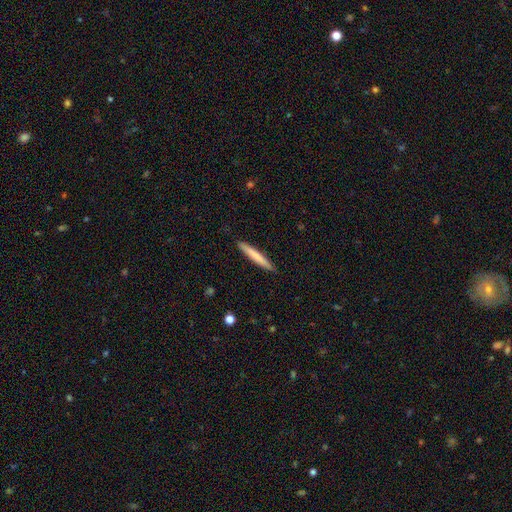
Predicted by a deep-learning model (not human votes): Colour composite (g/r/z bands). It shows a smooth galaxy with no disk features (71%) that is cigar-shaped (96%). Merging: none (90%).